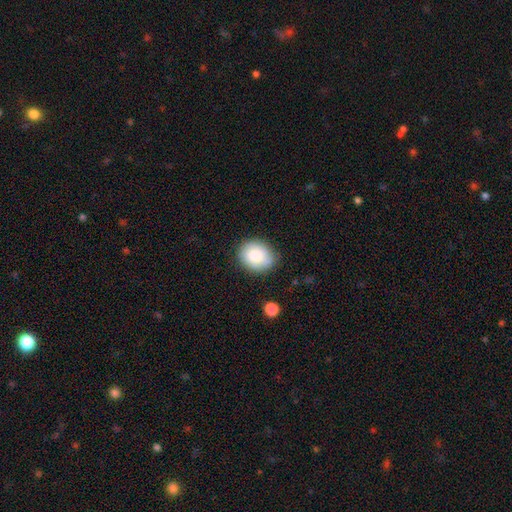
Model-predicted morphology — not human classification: This appears to be a smooth galaxy with no disk features (81%) that is round (54%). Merging: none (79%).